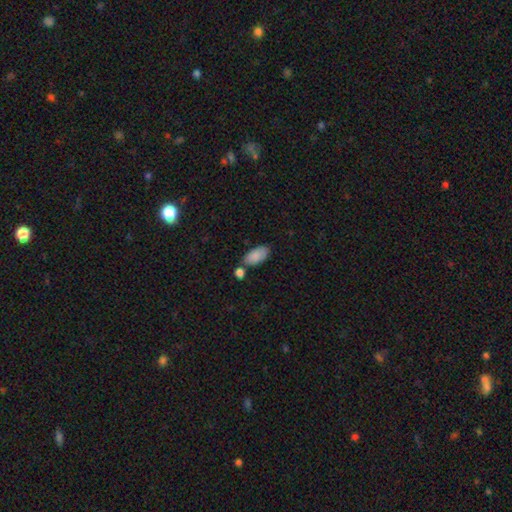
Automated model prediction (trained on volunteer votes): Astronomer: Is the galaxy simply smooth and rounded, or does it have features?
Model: smooth — 88%.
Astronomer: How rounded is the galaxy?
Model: in between — 93%.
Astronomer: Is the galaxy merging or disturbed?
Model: none — 65%.